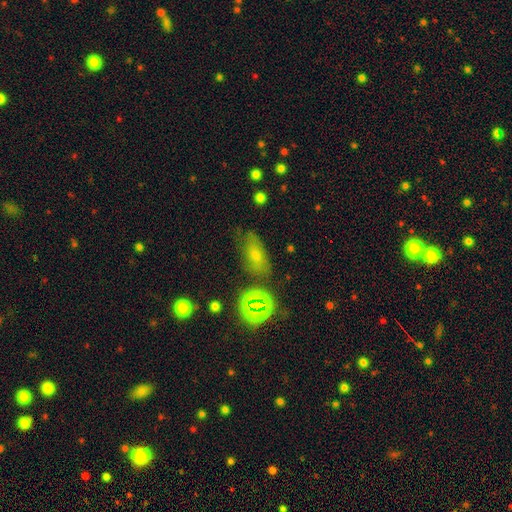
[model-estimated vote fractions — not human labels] smooth_or_featured: smooth (p=0.64) [alt: star or artifact p=0.21]
how_rounded: in between (p=0.80) [alt: cigar-shaped p=0.11]
merging: none (p=0.63) [alt: minor disturbance p=0.22]